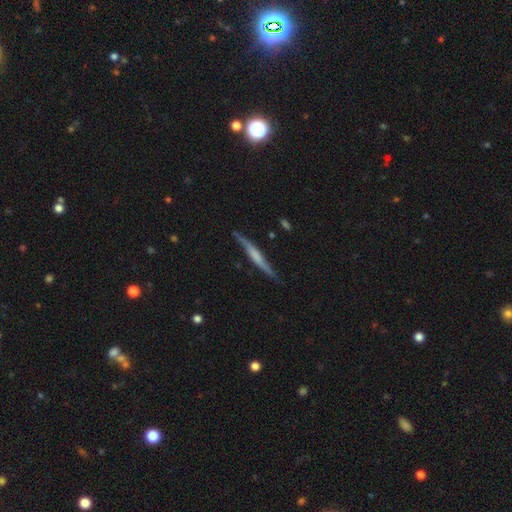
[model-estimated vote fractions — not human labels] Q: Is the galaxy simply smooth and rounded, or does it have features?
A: featured or disk — 65%.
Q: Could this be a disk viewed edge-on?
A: yes — 95%.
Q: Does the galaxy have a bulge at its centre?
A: none — 37%.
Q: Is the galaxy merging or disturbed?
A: none — 83%.